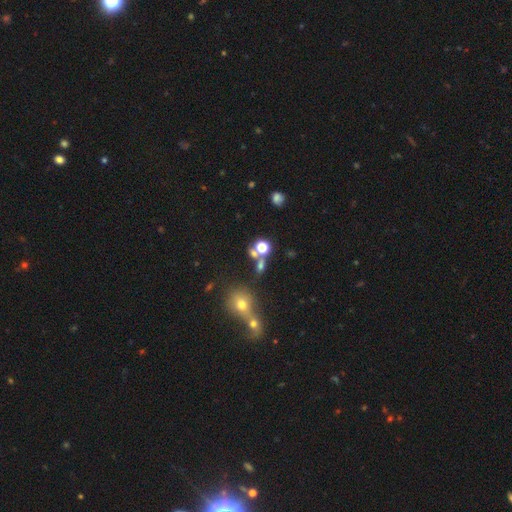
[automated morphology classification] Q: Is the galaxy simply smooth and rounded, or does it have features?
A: smooth — 52%.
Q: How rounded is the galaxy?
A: round — 73%.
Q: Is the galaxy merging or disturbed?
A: none — 51%.